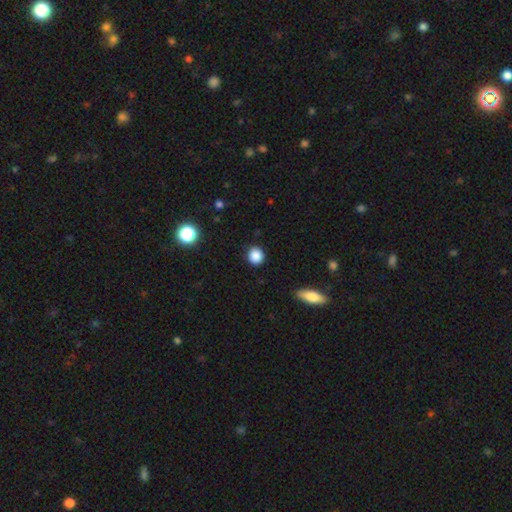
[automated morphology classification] smooth-or-featured: smooth: 87% | star or artifact: 10% | featured or disk: 3%
  how-rounded: round: 86% | in between: 13% | cigar-shaped: 1%
  merging: none: 89% | minor disturbance: 8% | major disturbance: 2% | merger: 1%